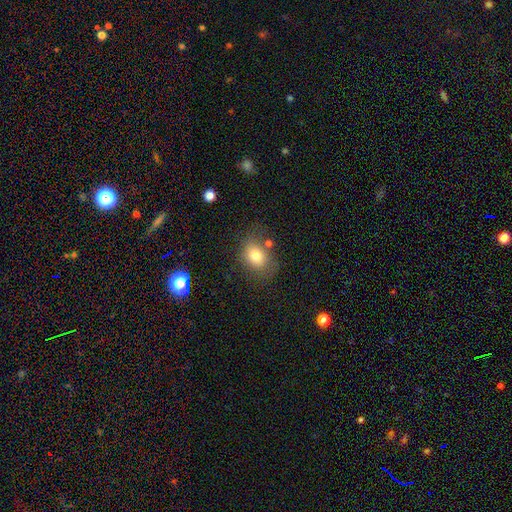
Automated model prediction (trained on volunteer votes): A smooth galaxy with no disk features (78%) that is in between round and cigar-shaped (60%).

Vote fractions:
- Smooth or featured? smooth: 78% / featured or disk: 12% / star or artifact: 10%
- How rounded? in between: 60% / round: 39% / cigar-shaped: 1%
- Merging? none: 65% / minor disturbance: 20% / major disturbance: 8% / merger: 7%